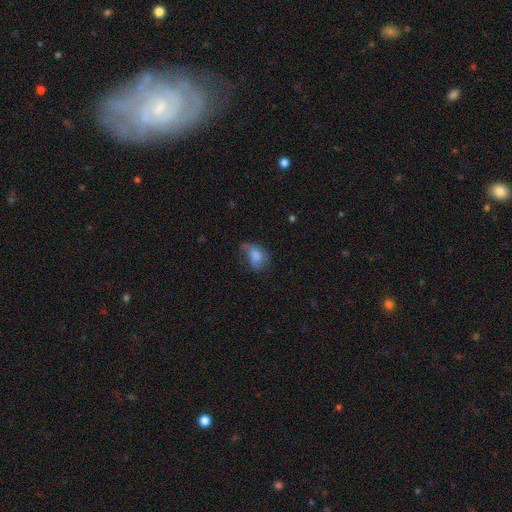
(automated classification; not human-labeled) smooth 71%, featured or disk 20%, star or artifact 9%. Down the decision tree: how rounded — in between (78%); merging — none (36%).